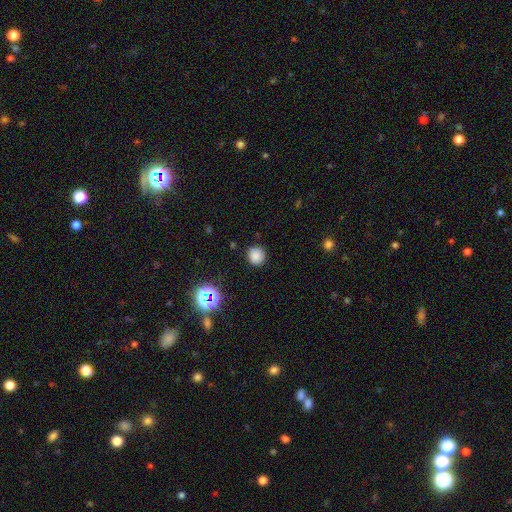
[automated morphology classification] This appears to be a smooth galaxy with no disk features (81%) that is round (90%). Merging: none (88%).